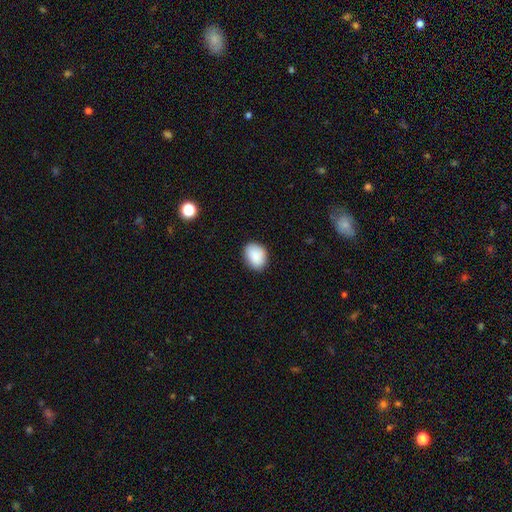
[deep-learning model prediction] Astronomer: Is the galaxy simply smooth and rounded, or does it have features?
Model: smooth — 89%.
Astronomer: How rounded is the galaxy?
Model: in between — 67%.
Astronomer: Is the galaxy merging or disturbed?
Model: none — 84%.